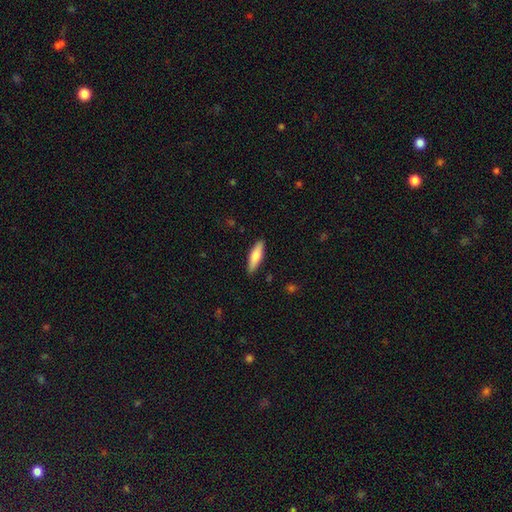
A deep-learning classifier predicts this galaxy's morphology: smooth_or_featured: smooth (p=0.73) [alt: featured or disk p=0.21]
how_rounded: cigar-shaped (p=0.60) [alt: in between p=0.38]
merging: none (p=0.88) [alt: minor disturbance p=0.09]